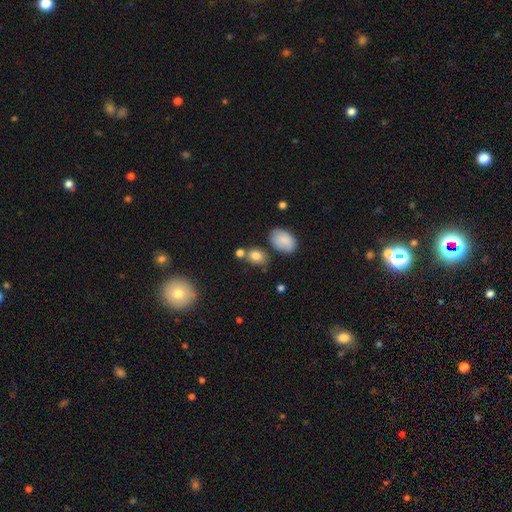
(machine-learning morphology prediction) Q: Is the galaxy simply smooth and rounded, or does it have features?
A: smooth — 81%.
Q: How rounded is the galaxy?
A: in between — 64%.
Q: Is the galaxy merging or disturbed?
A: none — 64%.